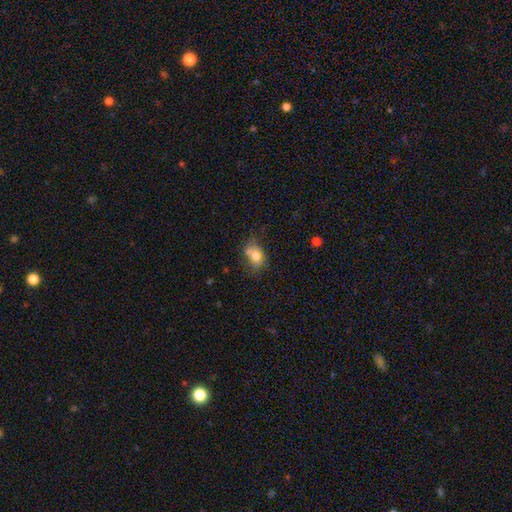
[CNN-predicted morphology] The model was most divided on "merging": none: 43%, minor disturbance: 24%, merger: 23%, major disturbance: 10%. More confident: smooth or featured — smooth (74%); how rounded — in between (65%).